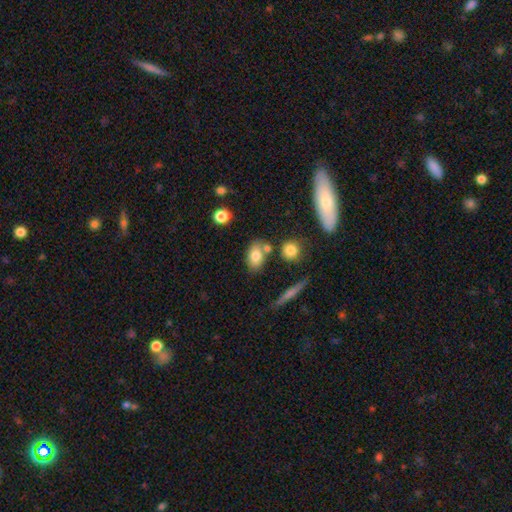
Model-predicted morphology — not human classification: This appears to be a smooth galaxy with no disk features (78%) that is in between round and cigar-shaped (83%). Merging: none (64%).